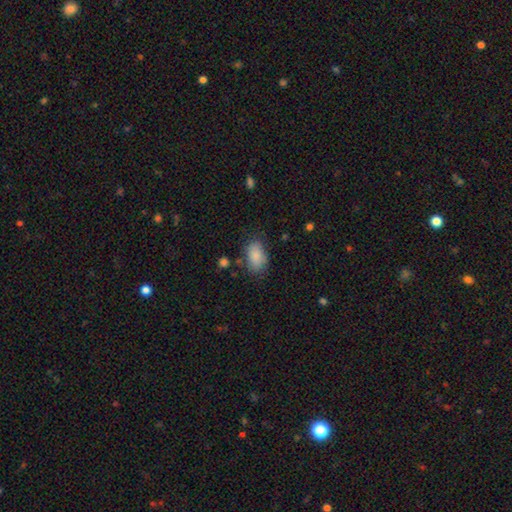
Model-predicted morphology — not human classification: smooth-or-featured: smooth: 86% | star or artifact: 7% | featured or disk: 7%
  how-rounded: in between: 91% | round: 8% | cigar-shaped: 2%
  merging: none: 73% | minor disturbance: 18% | major disturbance: 5% | merger: 3%